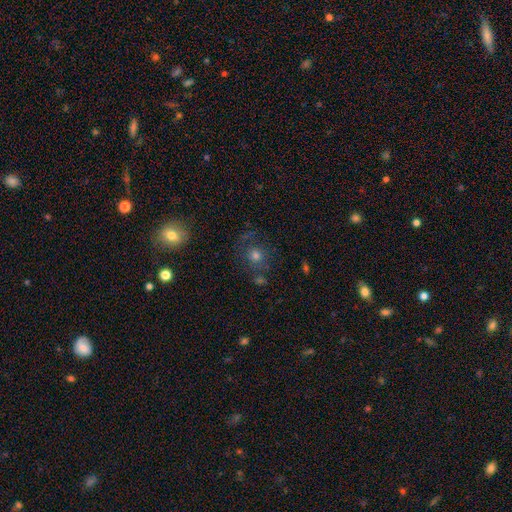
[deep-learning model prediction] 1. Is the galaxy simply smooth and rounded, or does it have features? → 60% smooth, 23% star or artifact, 17% featured or disk.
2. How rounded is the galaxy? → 88% round, 11% in between, 1% cigar-shaped.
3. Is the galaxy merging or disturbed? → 69% none, 14% minor disturbance, 9% major disturbance, 7% merger.